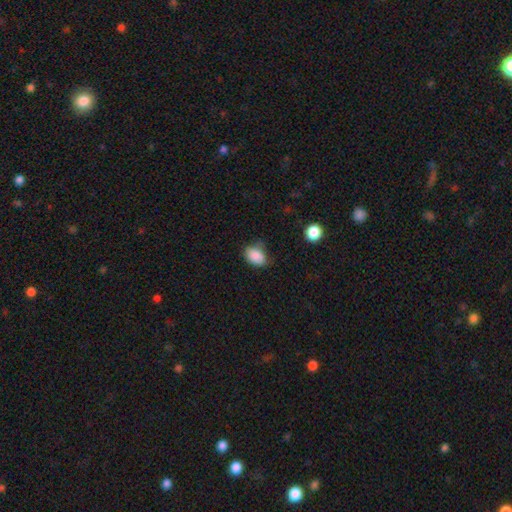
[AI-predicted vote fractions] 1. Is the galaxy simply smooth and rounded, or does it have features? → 87% smooth, 9% star or artifact, 4% featured or disk.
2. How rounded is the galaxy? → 80% in between, 19% round, 1% cigar-shaped.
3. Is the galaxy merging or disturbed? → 59% none, 31% minor disturbance, 7% major disturbance, 3% merger.